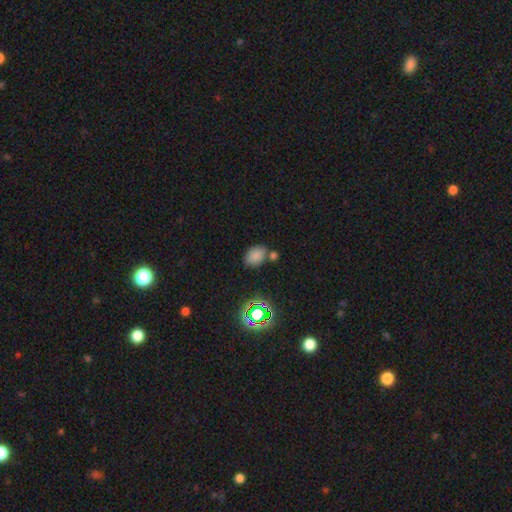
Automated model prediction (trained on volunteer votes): Smooth or featured?
  - smooth: 73% *
  - star or artifact: 19%
  - featured or disk: 7%
How rounded?
  - in between: 77% *
  - round: 22%
  - cigar-shaped: 1%
Merging?
  - none: 65% *
  - merger: 17%
  - minor disturbance: 14%
  - major disturbance: 4%